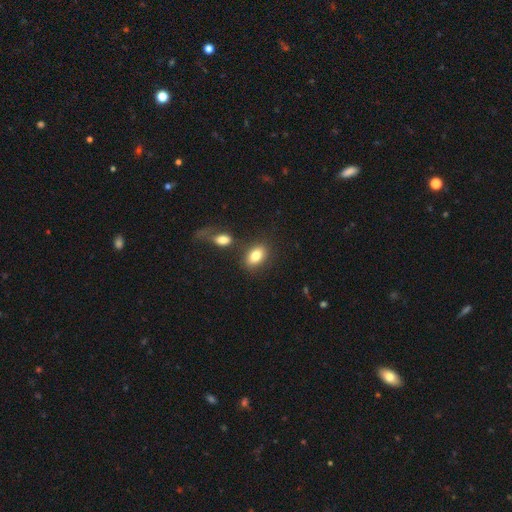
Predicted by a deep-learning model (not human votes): smooth_or_featured: smooth (p=0.82) [alt: featured or disk p=0.10]
how_rounded: in between (p=0.85) [alt: round p=0.13]
merging: none (p=0.72) [alt: merger p=0.13]